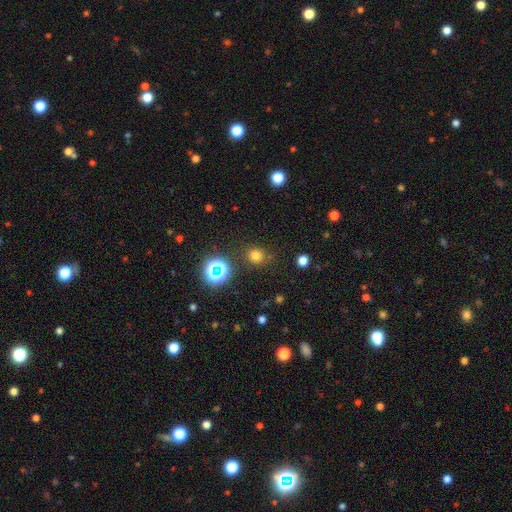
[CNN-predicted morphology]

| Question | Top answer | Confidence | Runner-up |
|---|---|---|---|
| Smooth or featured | smooth | 72% | star or artifact (22%) |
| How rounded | round | 86% | in between (13%) |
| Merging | none | 82% | minor disturbance (11%) |